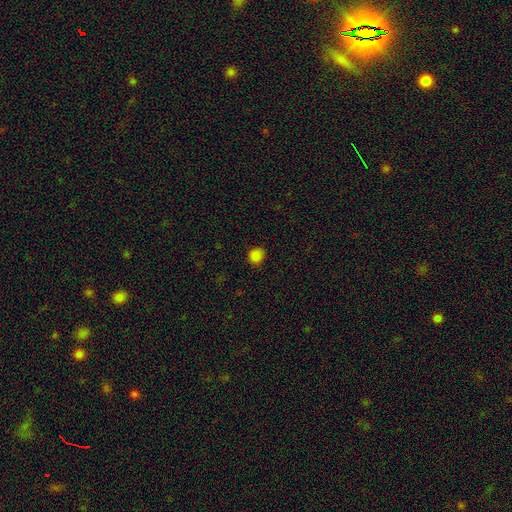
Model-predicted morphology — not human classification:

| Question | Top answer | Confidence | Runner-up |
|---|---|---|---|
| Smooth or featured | smooth | 83% | star or artifact (14%) |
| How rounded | round | 87% | in between (12%) |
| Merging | none | 88% | minor disturbance (9%) |